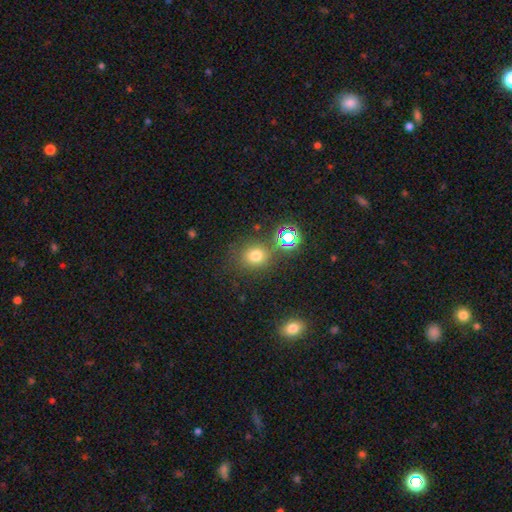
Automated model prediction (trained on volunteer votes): Smooth or featured? Predicted: smooth (p=0.68). How rounded? Predicted: round (p=0.76). Merging? Predicted: none (p=0.76).